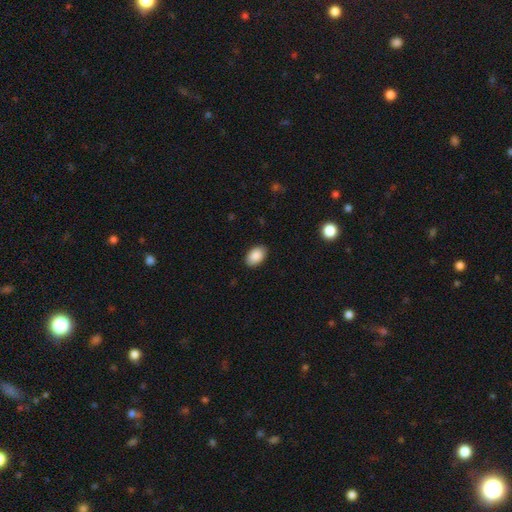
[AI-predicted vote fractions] smooth 89%, star or artifact 7%, featured or disk 4%. Down the decision tree: how rounded — in between (90%); merging — none (87%).